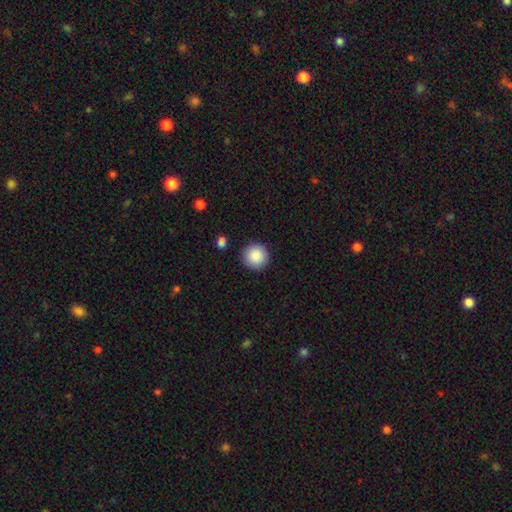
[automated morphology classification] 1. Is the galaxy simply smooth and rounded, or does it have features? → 89% smooth, 8% star or artifact, 4% featured or disk.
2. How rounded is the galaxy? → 95% round, 4% in between, 1% cigar-shaped.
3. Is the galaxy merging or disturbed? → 90% none, 6% minor disturbance, 2% major disturbance, 2% merger.